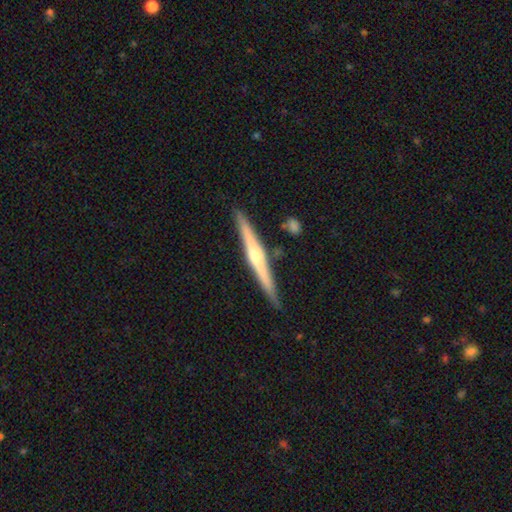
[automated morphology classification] featured or disk 73%, smooth 22%, star or artifact 5%. Down the decision tree: edge-on disk — yes (98%); edge-on bulge — rounded (83%); merging — none (88%).